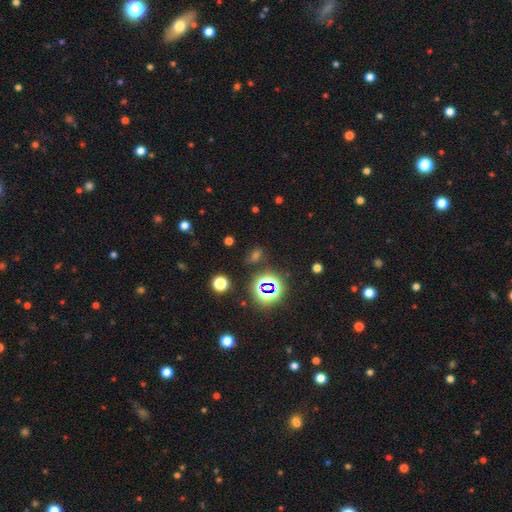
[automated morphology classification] Overall: star or artifact (55%; smooth 36%).